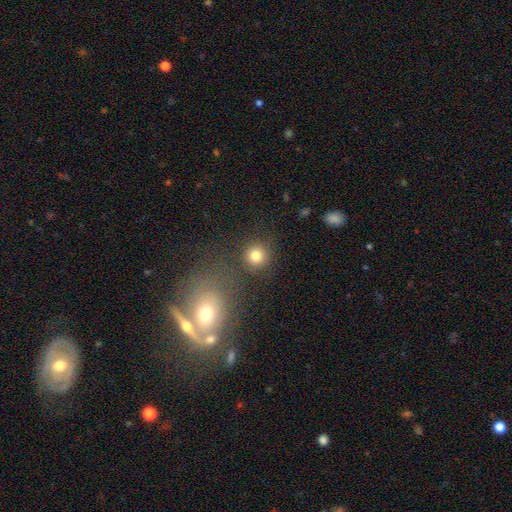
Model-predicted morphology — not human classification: Smooth or featured? smooth (82%)
How rounded? round (93%)
Merging? none (83%)